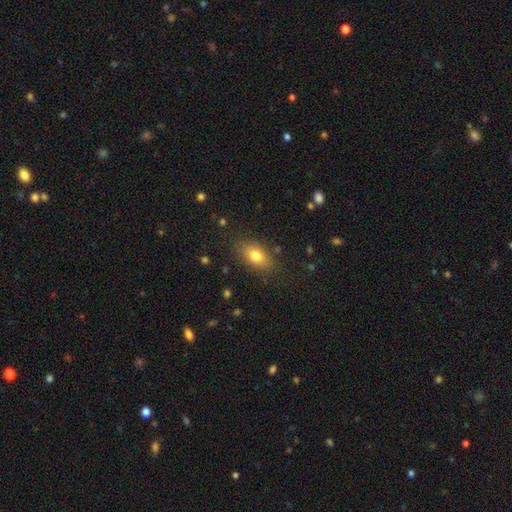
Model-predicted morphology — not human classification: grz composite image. It shows a smooth galaxy with no disk features (79%) that is in between round and cigar-shaped (86%). Merging: none (83%).